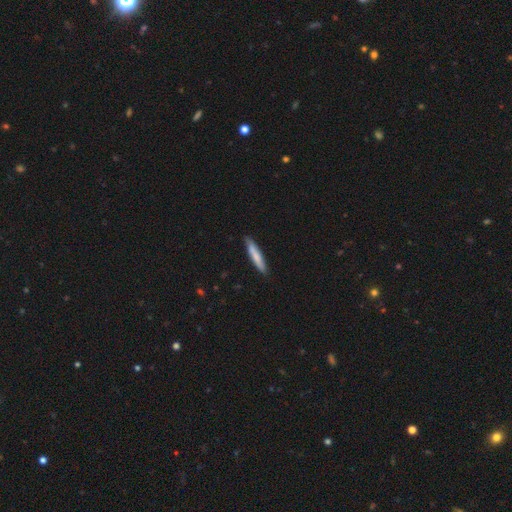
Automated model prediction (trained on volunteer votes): Smooth or featured: smooth — 75% (featured or disk — 20%)
How rounded: cigar-shaped — 91% (in between — 8%)
Merging: none — 87% (minor disturbance — 10%)